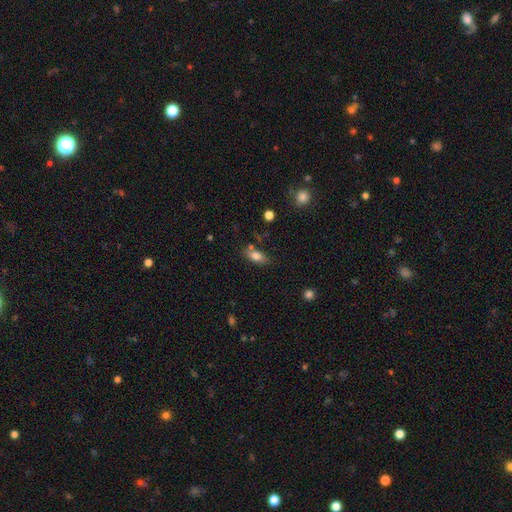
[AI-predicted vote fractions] Smooth or featured?
  - smooth: 78% *
  - featured or disk: 13%
  - star or artifact: 9%
How rounded?
  - in between: 83% *
  - cigar-shaped: 11%
  - round: 5%
Merging?
  - none: 67% *
  - minor disturbance: 18%
  - merger: 10%
  - major disturbance: 5%